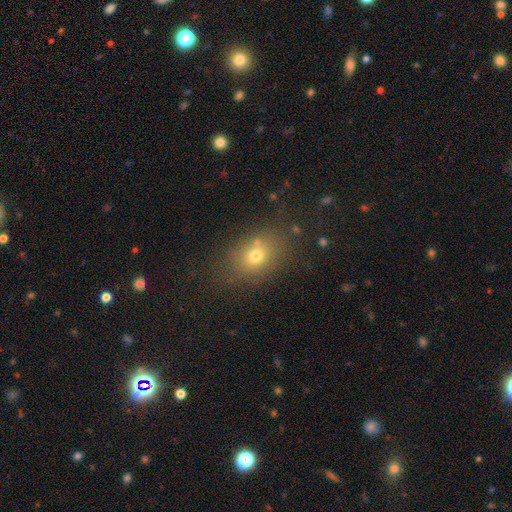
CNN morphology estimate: Smooth or featured? Predicted: smooth (p=0.68). How rounded? Predicted: in between (p=0.62). Merging? Predicted: none (p=0.72).